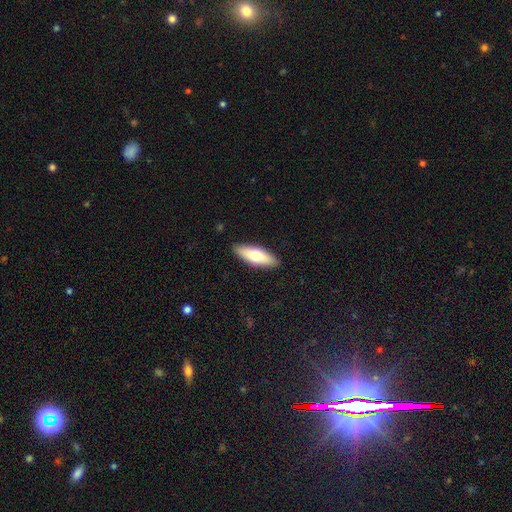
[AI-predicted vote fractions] This is likely a smooth galaxy (67%). How rounded: likely in between (60%). Merging: clearly none (88%).